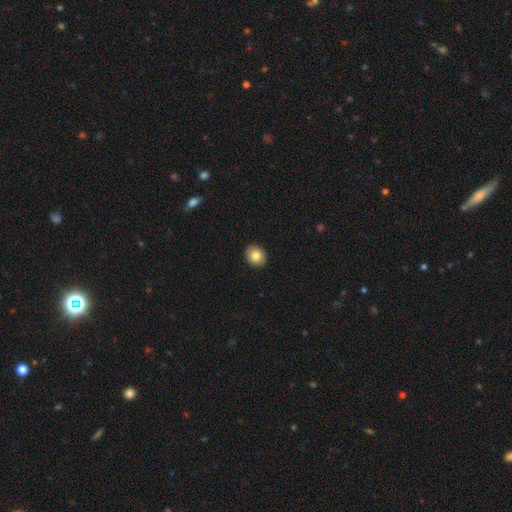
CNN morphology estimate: Q: Smooth or featured?
A: smooth (81%); runner-up: featured or disk (11%)
Q: How rounded?
A: round (61%); runner-up: in between (38%)
Q: Merging?
A: none (92%); runner-up: minor disturbance (6%)